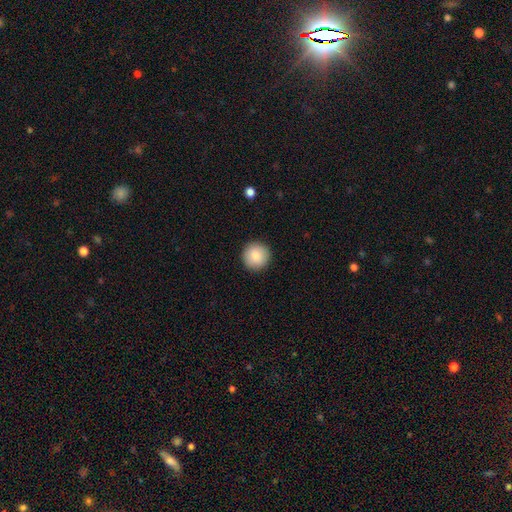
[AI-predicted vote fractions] This is clearly a smooth galaxy (84%). How rounded: clearly round (95%). Merging: clearly none (92%).